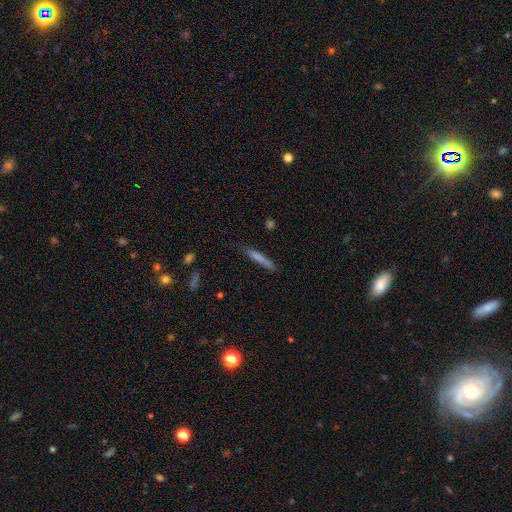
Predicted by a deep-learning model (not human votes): Smooth or featured? Predicted: smooth (p=0.63). How rounded? Predicted: cigar-shaped (p=0.94). Merging? Predicted: none (p=0.80).